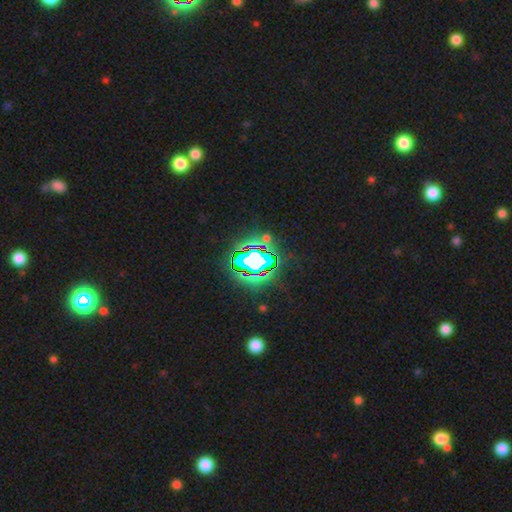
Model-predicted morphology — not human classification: Smooth or featured? Predicted: star or artifact (p=0.84).